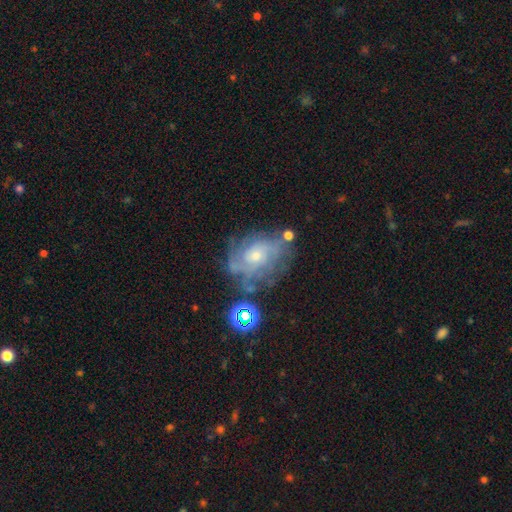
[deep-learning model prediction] Smooth or featured? Predicted: featured or disk (p=0.72). Edge-on disk? Predicted: no (p=0.97). Bar? Predicted: no (p=0.76). Spiral arms? Predicted: yes (p=0.82). Spiral winding? Predicted: tight (p=0.53). Spiral arm count? Predicted: can't tell (p=0.54). Bulge size? Predicted: small (p=0.58). Merging? Predicted: none (p=0.60).